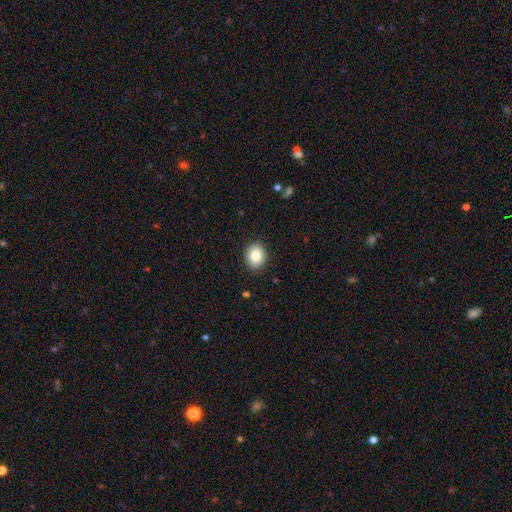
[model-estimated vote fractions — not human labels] Smooth or featured? Predicted: smooth (p=0.85). How rounded? Predicted: round (p=0.52). Merging? Predicted: none (p=0.90).